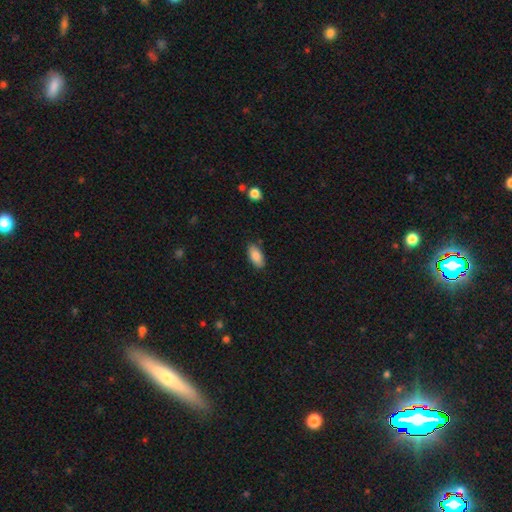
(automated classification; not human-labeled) smooth 86%, featured or disk 7%, star or artifact 7%. Down the decision tree: how rounded — in between (90%); merging — none (86%).